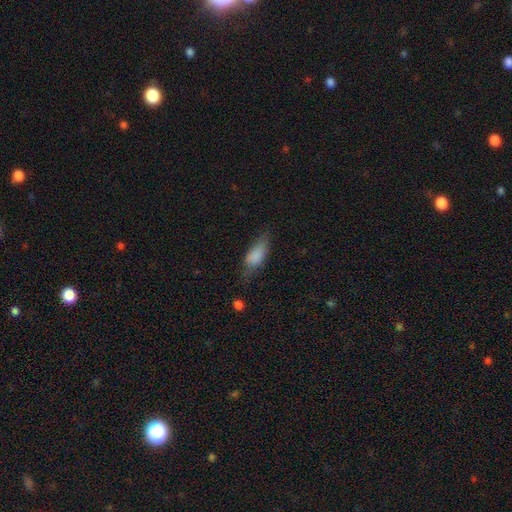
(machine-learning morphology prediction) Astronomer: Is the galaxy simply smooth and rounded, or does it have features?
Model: smooth — 79%.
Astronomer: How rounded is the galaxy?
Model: in between — 78%.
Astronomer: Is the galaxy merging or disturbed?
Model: none — 45% (runner-up: minor disturbance, 36%).